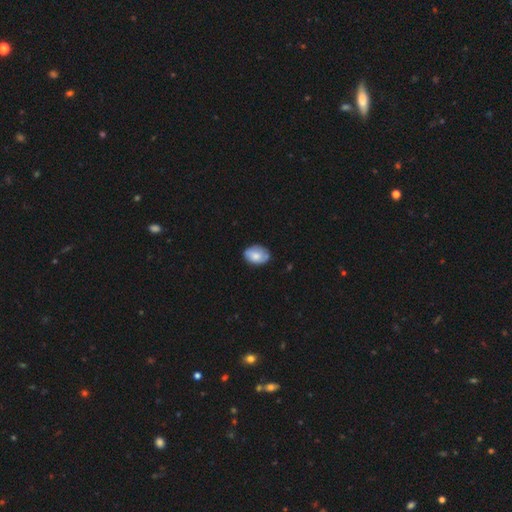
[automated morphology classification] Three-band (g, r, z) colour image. It shows a smooth galaxy with no disk features (70%) that is in between round and cigar-shaped (77%). Merging: none (72%).